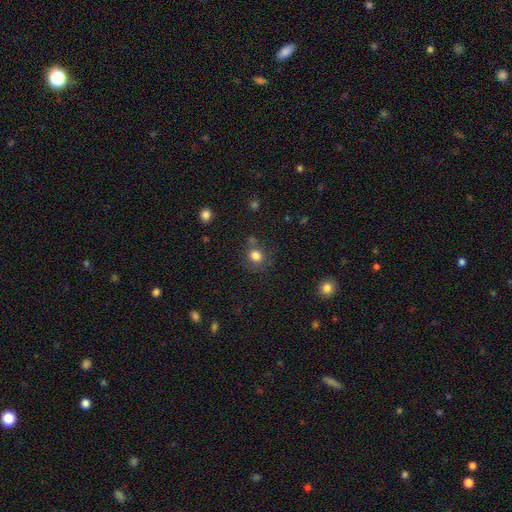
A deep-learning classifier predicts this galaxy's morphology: smooth-or-featured: smooth: 81% | star or artifact: 13% | featured or disk: 7%
  how-rounded: round: 73% | in between: 26% | cigar-shaped: 1%
  merging: none: 69% | minor disturbance: 16% | merger: 9% | major disturbance: 6%